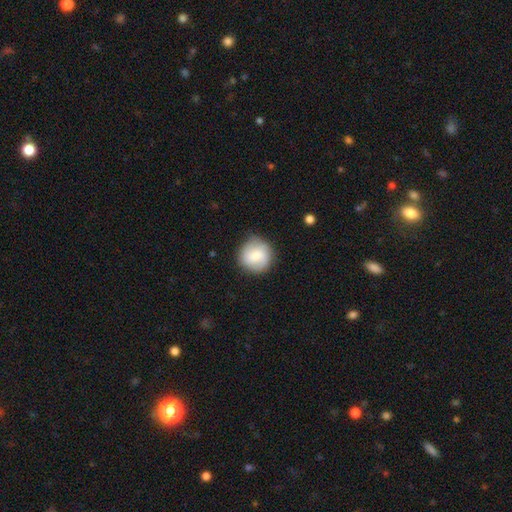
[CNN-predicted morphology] smooth 71%, featured or disk 23%, star or artifact 7%. Down the decision tree: how rounded — round (93%); merging — none (82%).